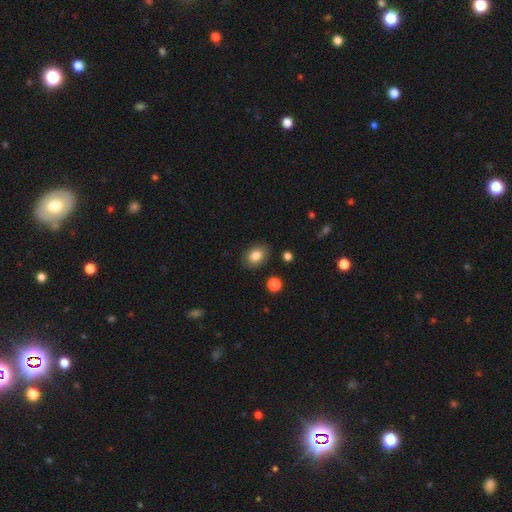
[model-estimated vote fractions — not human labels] The model was most divided on "how rounded": in between: 70%, round: 29%, cigar-shaped: 1%. More confident: merging — none (86%); smooth or featured — smooth (84%).